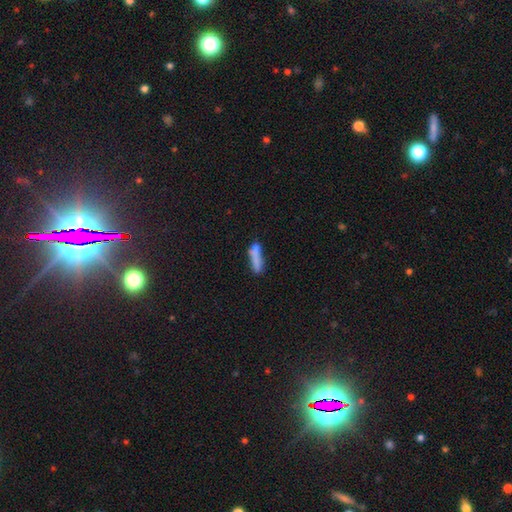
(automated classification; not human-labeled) smooth 75%, featured or disk 17%, star or artifact 8%. Down the decision tree: how rounded — cigar-shaped (74%); merging — none (53%).